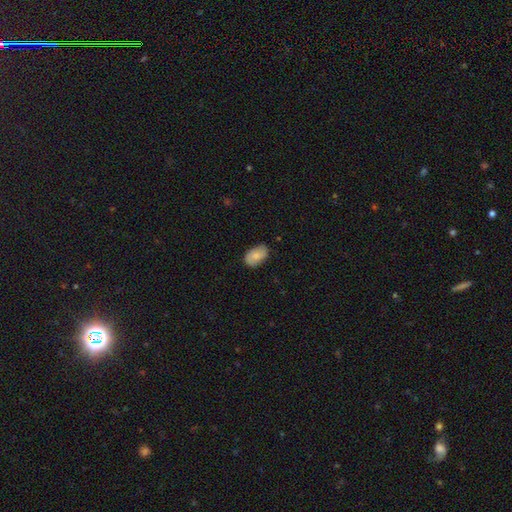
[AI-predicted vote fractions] Smooth or featured?
  - smooth: 71% *
  - featured or disk: 22%
  - star or artifact: 7%
How rounded?
  - in between: 91% *
  - round: 8%
  - cigar-shaped: 1%
Merging?
  - none: 76% *
  - minor disturbance: 19%
  - major disturbance: 3%
  - merger: 1%